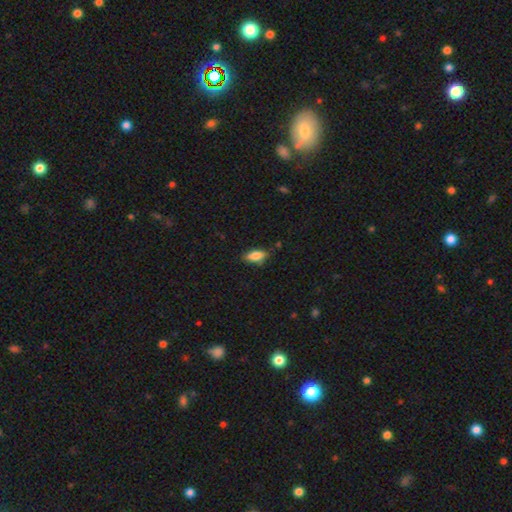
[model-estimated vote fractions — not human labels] This appears to be a smooth galaxy with no disk features (84%) that is in between round and cigar-shaped (85%). Merging: none (74%).